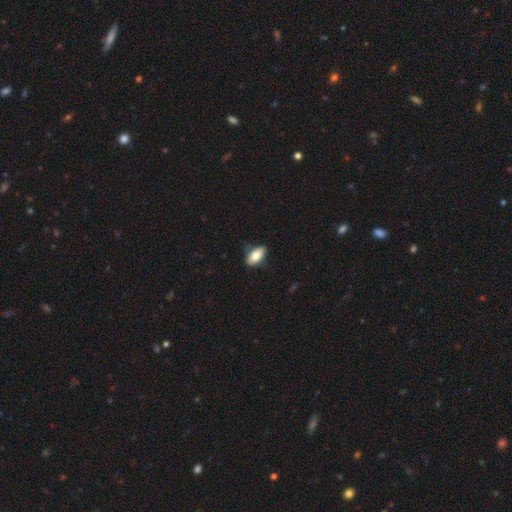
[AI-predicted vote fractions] Morphology: type=smooth (77%); roundness=in between (91%); merging=none (71%).